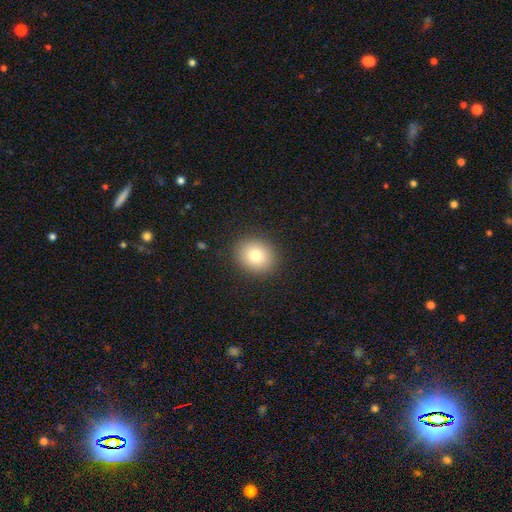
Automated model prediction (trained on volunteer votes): smooth 80%, star or artifact 11%, featured or disk 10%. Down the decision tree: how rounded — round (70%); merging — none (90%).